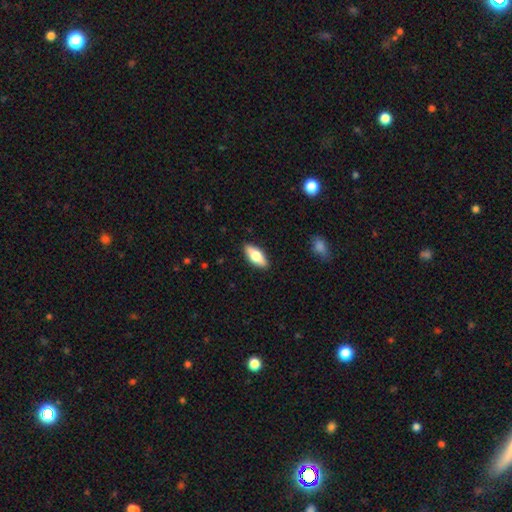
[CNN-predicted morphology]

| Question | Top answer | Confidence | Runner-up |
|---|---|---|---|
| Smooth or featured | smooth | 64% | featured or disk (30%) |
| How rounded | in between | 76% | cigar-shaped (21%) |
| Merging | none | 88% | minor disturbance (9%) |